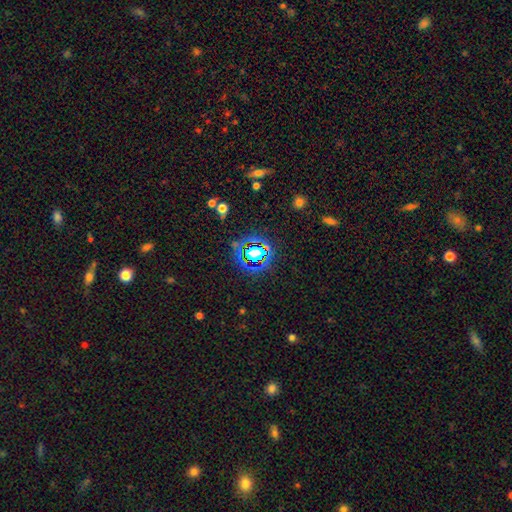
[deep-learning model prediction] smooth-or-featured: star or artifact: 61% | smooth: 26% | featured or disk: 12%